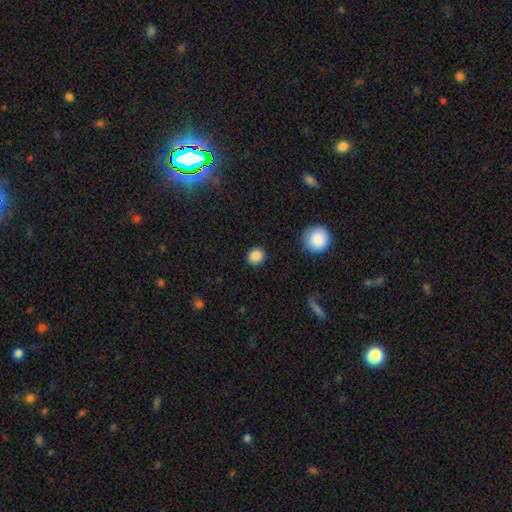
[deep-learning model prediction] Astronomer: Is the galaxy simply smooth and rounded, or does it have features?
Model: smooth — 87%.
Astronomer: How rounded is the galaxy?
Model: round — 71%.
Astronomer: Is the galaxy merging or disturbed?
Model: none — 89%.